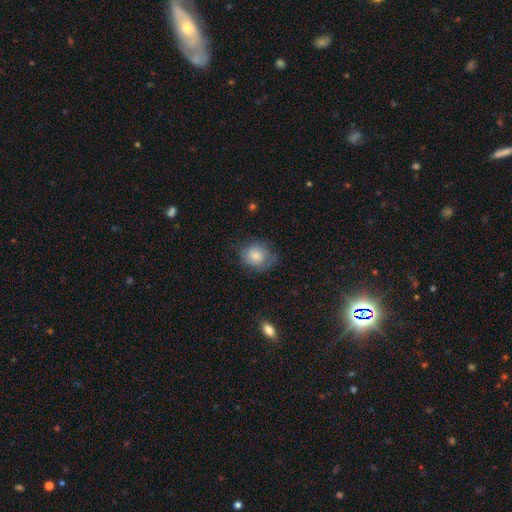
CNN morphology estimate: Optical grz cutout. It shows a smooth galaxy with no disk features (68%) that is round (68%). Merging: none (62%).